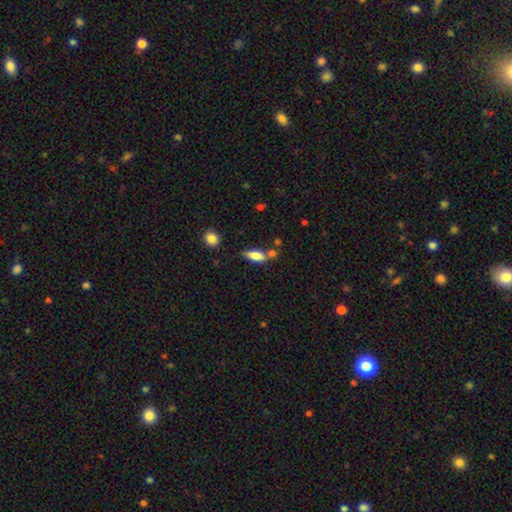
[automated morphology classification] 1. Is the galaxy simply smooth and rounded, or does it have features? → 71% smooth, 21% featured or disk, 8% star or artifact.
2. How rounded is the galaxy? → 69% in between, 28% cigar-shaped, 3% round.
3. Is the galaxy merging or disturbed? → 54% none, 21% merger, 19% minor disturbance, 6% major disturbance.